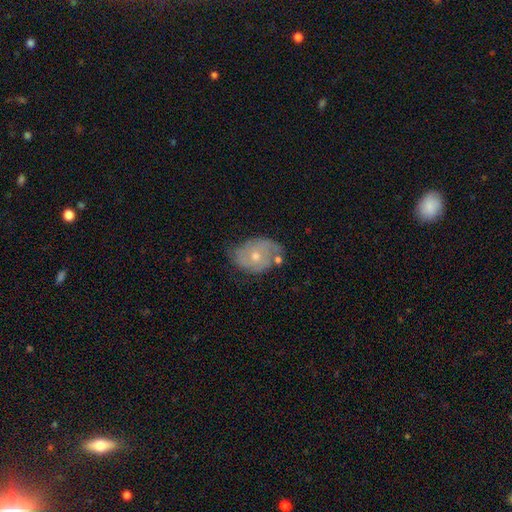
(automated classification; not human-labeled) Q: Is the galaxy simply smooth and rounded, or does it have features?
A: featured or disk — 65%.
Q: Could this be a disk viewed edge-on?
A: no — 96%.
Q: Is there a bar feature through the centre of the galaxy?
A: no — 76%.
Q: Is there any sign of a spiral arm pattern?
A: yes — 80%.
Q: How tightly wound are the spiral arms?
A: tight — 47%.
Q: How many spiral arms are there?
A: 2 — 47%.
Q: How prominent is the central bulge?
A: moderate — 56%.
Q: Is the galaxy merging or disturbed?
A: none — 54%.